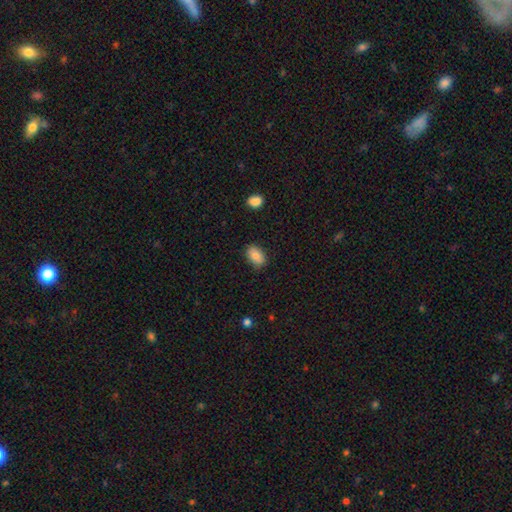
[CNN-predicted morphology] Smooth or featured? smooth (84%)
How rounded? in between (86%)
Merging? none (84%)